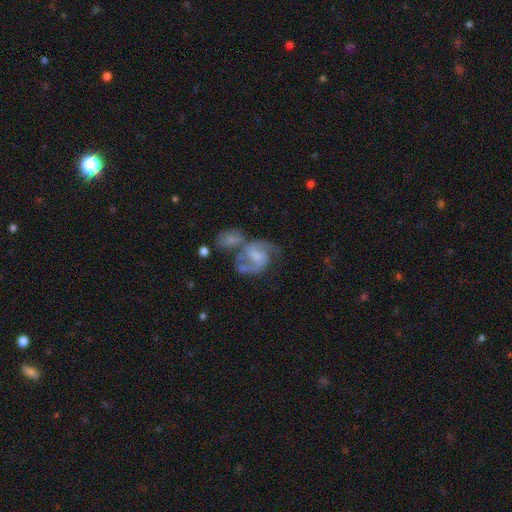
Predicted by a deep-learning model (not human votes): smooth_or_featured: featured or disk (p=0.81) [alt: smooth p=0.13]
disk_edge_on: no (p=0.98) [alt: yes p=0.02]
bar: weak (p=0.48) [alt: no p=0.38]
has_spiral_arms: yes (p=0.93) [alt: no p=0.07]
spiral_winding: medium (p=0.55) [alt: loose p=0.27]
spiral_arm_count: 2 (p=0.85) [alt: can't tell p=0.06]
bulge_size: small (p=0.36) [alt: moderate p=0.34]
merging: merger (p=0.40) [alt: none p=0.32]